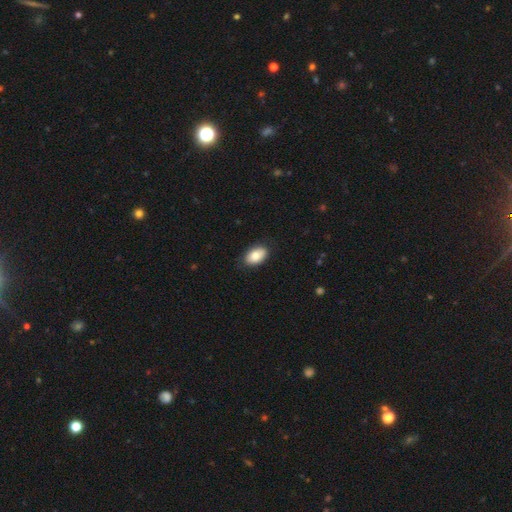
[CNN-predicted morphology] The model was most divided on "merging": none: 84%, minor disturbance: 12%, major disturbance: 2%, merger: 1%. More confident: how rounded — in between (92%); smooth or featured — smooth (84%).